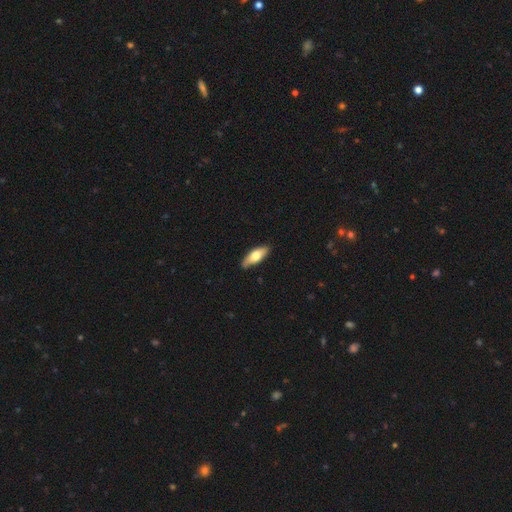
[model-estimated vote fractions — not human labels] Smooth or featured? Predicted: smooth (p=0.64). How rounded? Predicted: in between (p=0.69). Merging? Predicted: none (p=0.84).